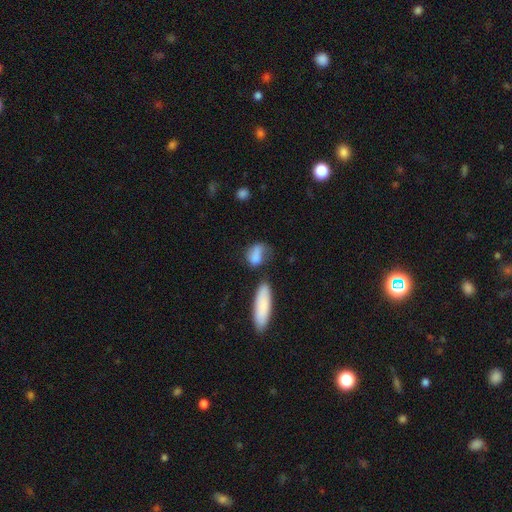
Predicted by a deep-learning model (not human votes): Smooth or featured? Predicted: smooth (p=0.78). How rounded? Predicted: in between (p=0.71). Merging? Predicted: none (p=0.38).